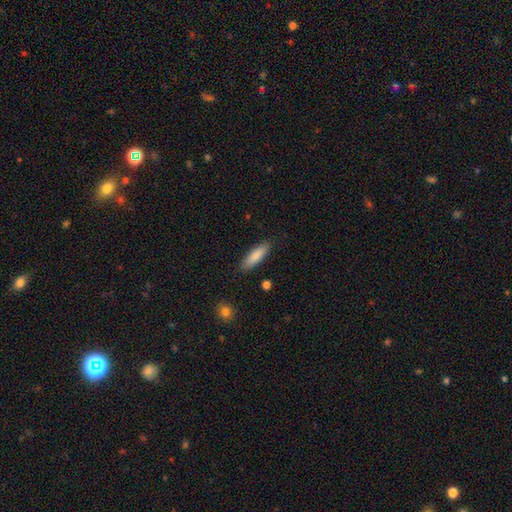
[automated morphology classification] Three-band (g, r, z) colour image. It shows a smooth galaxy with no disk features (85%) that is cigar-shaped (56%). Merging: none (88%).